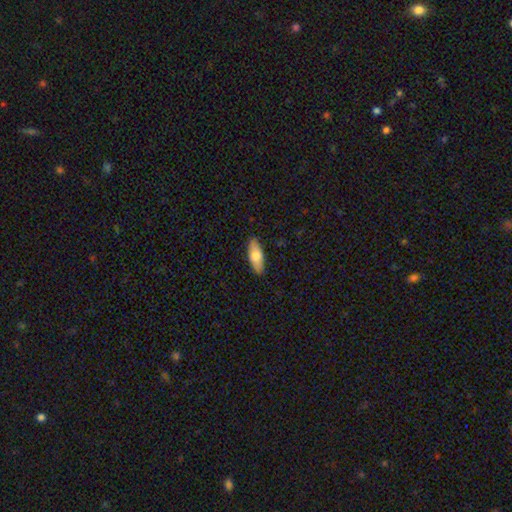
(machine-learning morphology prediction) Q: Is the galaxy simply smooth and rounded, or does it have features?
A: smooth — 74%.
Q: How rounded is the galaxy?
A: in between — 72%.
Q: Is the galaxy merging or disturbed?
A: none — 88%.